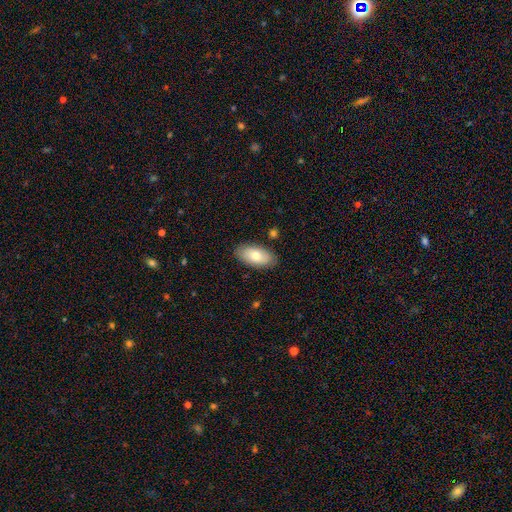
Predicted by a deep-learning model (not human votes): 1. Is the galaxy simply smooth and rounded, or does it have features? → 75% smooth, 19% featured or disk, 6% star or artifact.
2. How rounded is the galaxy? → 94% in between, 4% cigar-shaped, 3% round.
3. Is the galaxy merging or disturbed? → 86% none, 10% minor disturbance, 2% major disturbance, 2% merger.